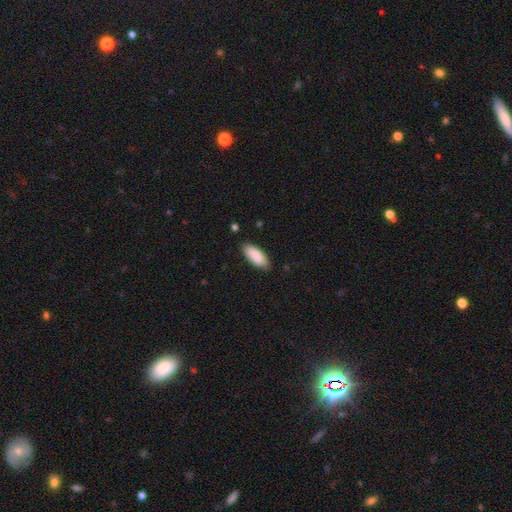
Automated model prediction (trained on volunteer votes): This is clearly a smooth galaxy (89%). How rounded: clearly in between (82%). Merging: clearly none (82%).